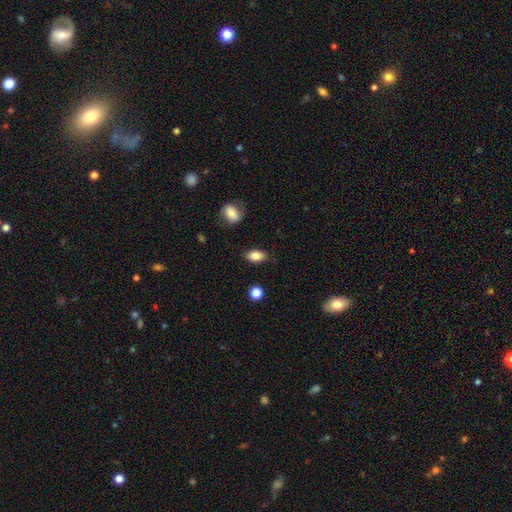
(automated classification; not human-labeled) A smooth galaxy with no disk features (84%) that is in between round and cigar-shaped (88%).

Vote fractions:
- Smooth or featured? smooth: 84% / star or artifact: 8% / featured or disk: 7%
- How rounded? in between: 88% / round: 9% / cigar-shaped: 3%
- Merging? none: 85% / minor disturbance: 11% / major disturbance: 3% / merger: 2%